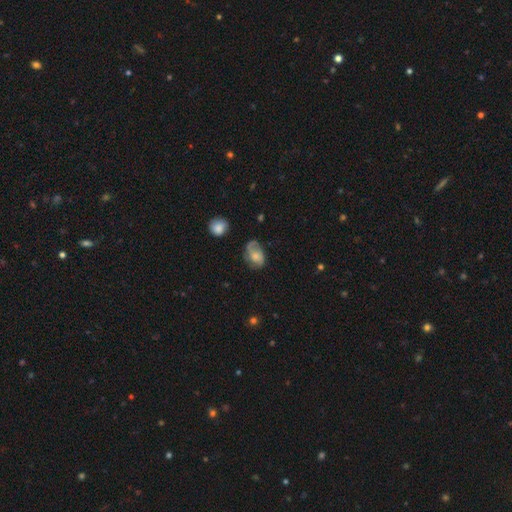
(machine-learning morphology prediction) The model was most divided on "merging": none: 45%, minor disturbance: 33%, major disturbance: 19%, merger: 3%. More confident: how rounded — in between (79%); smooth or featured — smooth (53%).